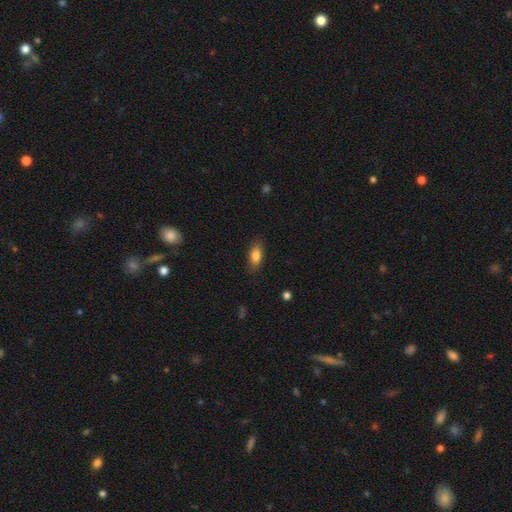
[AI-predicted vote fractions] Smooth or featured? Predicted: smooth (p=0.82). How rounded? Predicted: in between (p=0.80). Merging? Predicted: none (p=0.84).